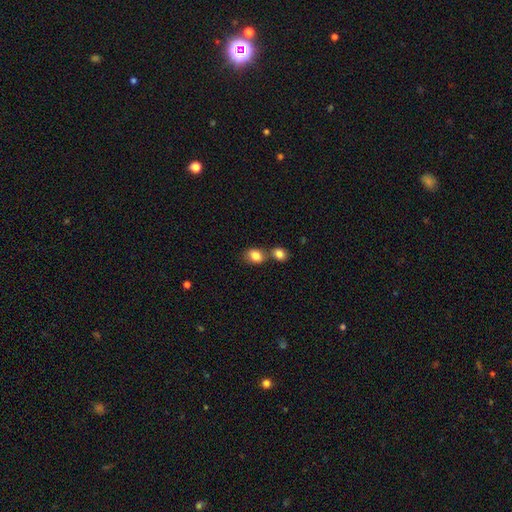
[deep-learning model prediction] Morphology: type=smooth (84%); roundness=in between (58%); merging=none (49%).